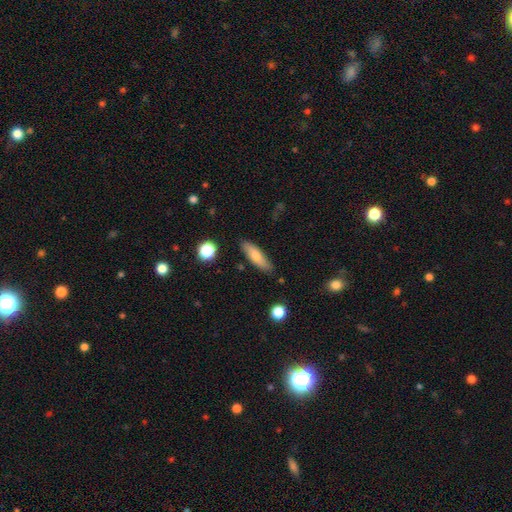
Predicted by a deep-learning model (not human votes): A smooth galaxy with no disk features (71%) that is cigar-shaped (54%).

Vote fractions:
- Smooth or featured? smooth: 71% / featured or disk: 22% / star or artifact: 7%
- How rounded? cigar-shaped: 54% / in between: 43% / round: 2%
- Merging? none: 83% / minor disturbance: 12% / major disturbance: 2% / merger: 2%